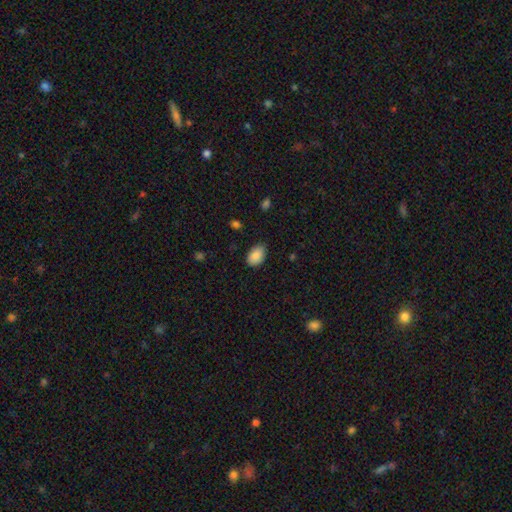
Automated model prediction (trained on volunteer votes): Smooth or featured? Predicted: smooth (p=0.88). How rounded? Predicted: in between (p=0.88). Merging? Predicted: none (p=0.75).